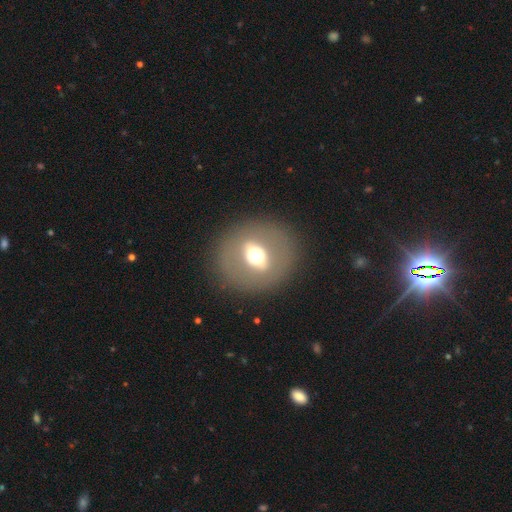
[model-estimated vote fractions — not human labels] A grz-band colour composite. It shows a featured or disk galaxy (49%). Merging: none (86%).